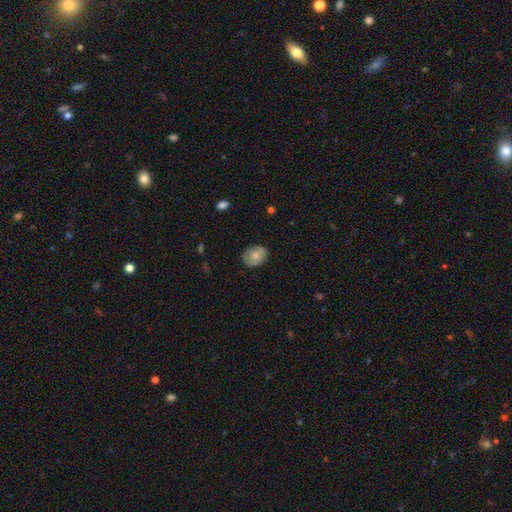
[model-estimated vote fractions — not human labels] smooth 75%, featured or disk 18%, star or artifact 7%. Down the decision tree: how rounded — in between (65%); merging — none (78%).